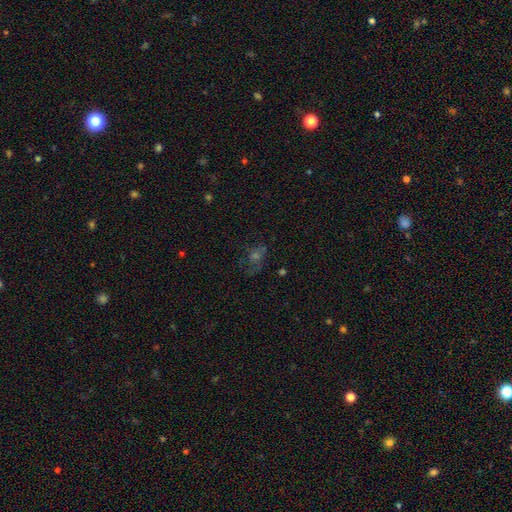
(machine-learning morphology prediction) Q: Smooth or featured?
A: star or artifact (36%); runner-up: featured or disk (35%)